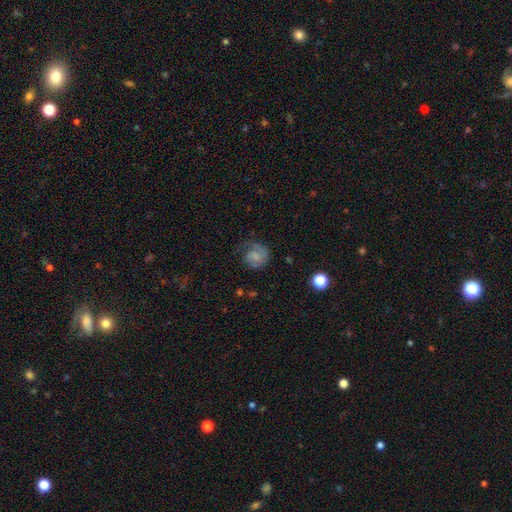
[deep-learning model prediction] This is possibly a featured or disk galaxy (46%). Merging: possibly none (47%).